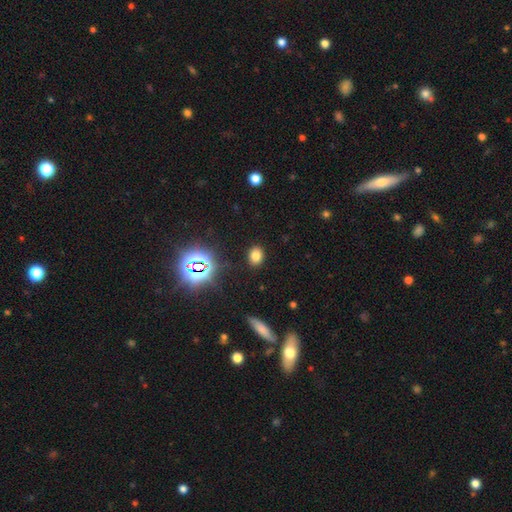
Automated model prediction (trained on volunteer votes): smooth 73%, star or artifact 20%, featured or disk 7%. Down the decision tree: how rounded — in between (60%); merging — none (88%).